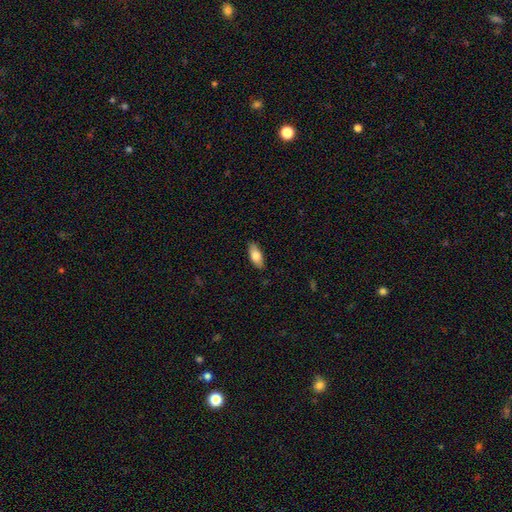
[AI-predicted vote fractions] This is likely a smooth galaxy (78%). How rounded: clearly in between (81%). Merging: clearly none (86%).